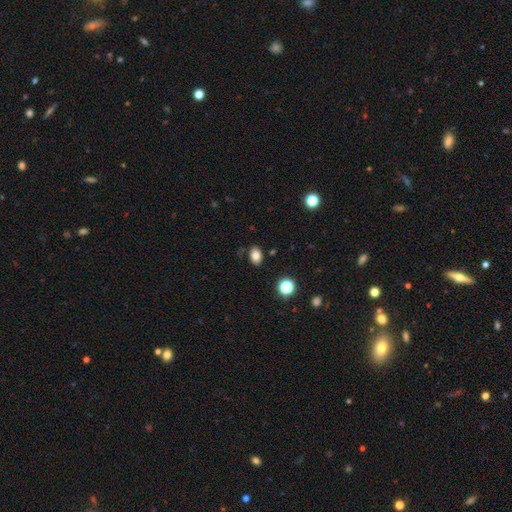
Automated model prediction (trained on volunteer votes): A smooth galaxy with no disk features (82%) that is in between round and cigar-shaped (82%).

Vote fractions:
- Smooth or featured? smooth: 82% / star or artifact: 12% / featured or disk: 6%
- How rounded? in between: 82% / round: 17% / cigar-shaped: 1%
- Merging? none: 84% / minor disturbance: 11% / major disturbance: 3% / merger: 2%